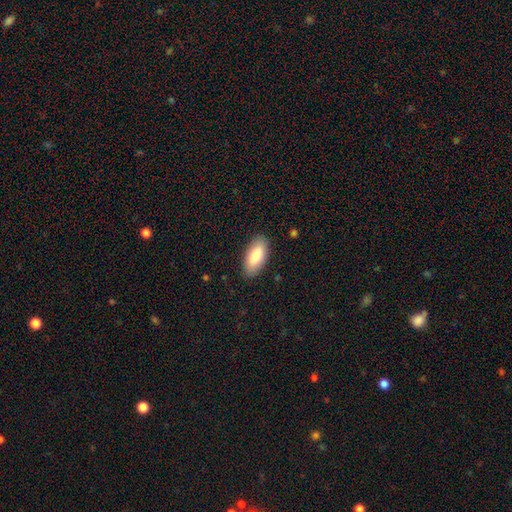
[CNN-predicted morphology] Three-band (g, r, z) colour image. It shows a smooth galaxy with no disk features (82%) that is in between round and cigar-shaped (88%). Merging: none (87%).